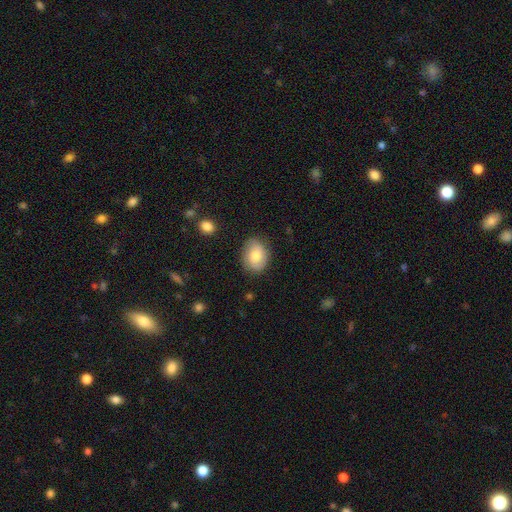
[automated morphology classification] Overall: smooth (75%). How rounded: in between (67%; round 32%). Merging: none (80%).